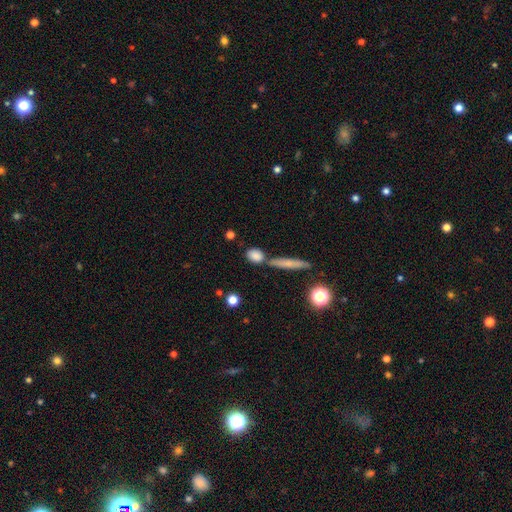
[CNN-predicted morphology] A smooth galaxy with no disk features (82%) that is round (44%). Merging: none (66%).